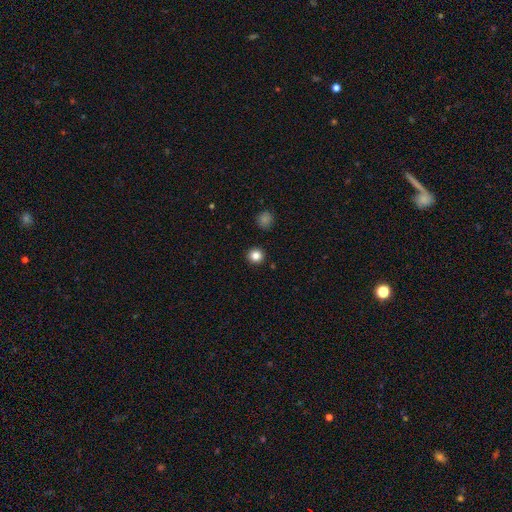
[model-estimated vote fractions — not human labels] Smooth or featured?
  - smooth: 83% *
  - star or artifact: 12%
  - featured or disk: 5%
How rounded?
  - round: 94% *
  - in between: 5%
  - cigar-shaped: 1%
Merging?
  - none: 93% *
  - minor disturbance: 4%
  - major disturbance: 2%
  - merger: 1%